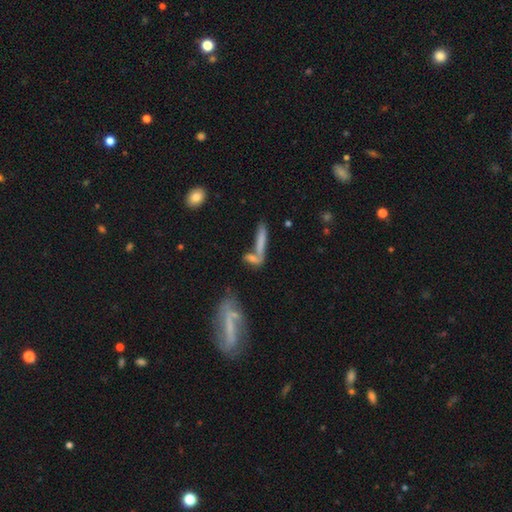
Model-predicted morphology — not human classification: Smooth or featured? Predicted: smooth (p=0.63). How rounded? Predicted: cigar-shaped (p=0.77). Merging? Predicted: none (p=0.41).